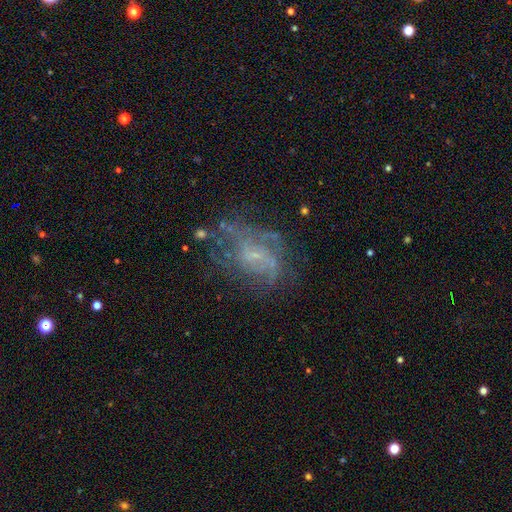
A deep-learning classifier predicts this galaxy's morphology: A featured or disk galaxy (67%) with no bar (59%), spiral arms (65%) and a small central bulge (56%).

Vote fractions:
- Smooth or featured? featured or disk: 67% / smooth: 18% / star or artifact: 15%
- Edge-on disk? no: 97% / yes: 3%
- Bar? no: 59% / weak: 34% / strong: 7%
- Spiral arms? yes: 65% / no: 35%
- Bulge size? small: 56% / none: 30% / moderate: 13% / large: 1% / dominant: 1%
- Merging? none: 50% / major disturbance: 25% / minor disturbance: 21% / merger: 4%